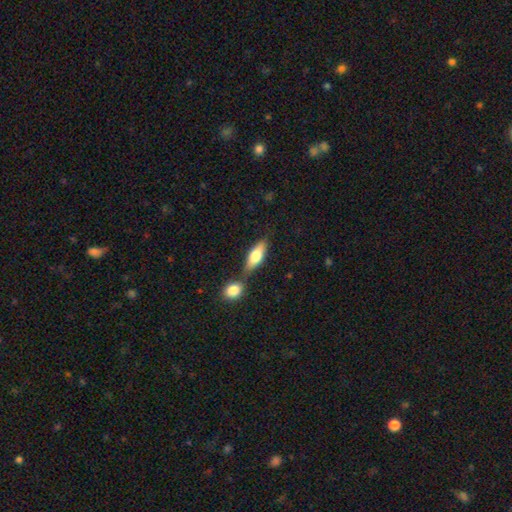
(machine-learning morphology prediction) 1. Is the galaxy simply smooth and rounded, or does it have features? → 68% smooth, 26% featured or disk, 6% star or artifact.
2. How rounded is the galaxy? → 69% in between, 27% cigar-shaped, 4% round.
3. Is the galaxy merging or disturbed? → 50% none, 35% merger, 11% minor disturbance, 4% major disturbance.